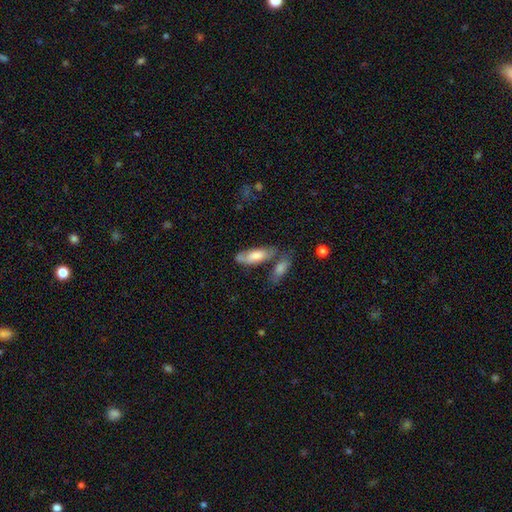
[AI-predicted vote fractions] smooth-or-featured: smooth: 63% | featured or disk: 31% | star or artifact: 6%
  how-rounded: in between: 70% | cigar-shaped: 27% | round: 2%
  merging: none: 48% | merger: 24% | minor disturbance: 19% | major disturbance: 8%